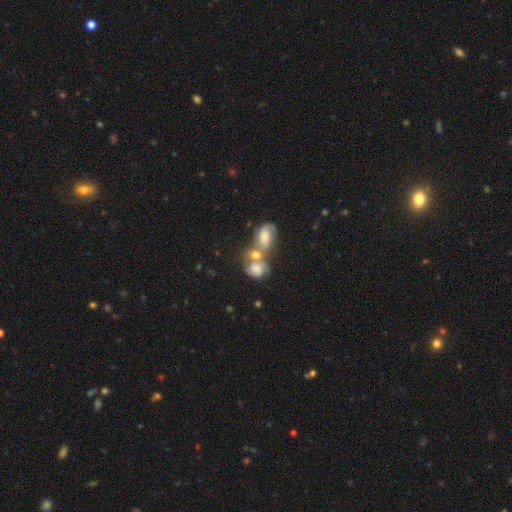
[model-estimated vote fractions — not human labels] smooth_or_featured: featured or disk (p=0.46) [alt: smooth p=0.44]
merging: merger (p=0.70) [alt: none p=0.17]